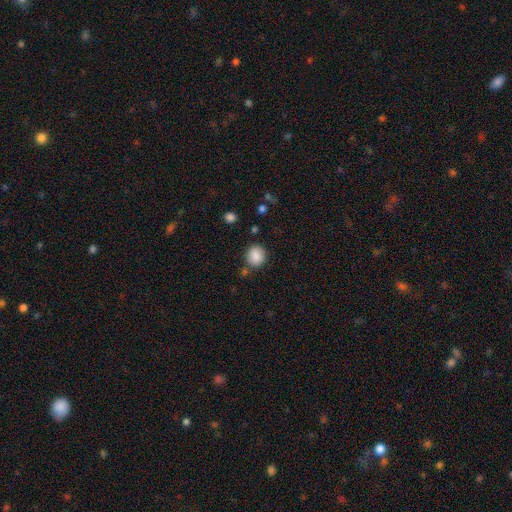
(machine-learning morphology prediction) Q: Smooth or featured?
A: smooth (87%); runner-up: star or artifact (9%)
Q: How rounded?
A: round (79%); runner-up: in between (20%)
Q: Merging?
A: none (80%); runner-up: minor disturbance (12%)